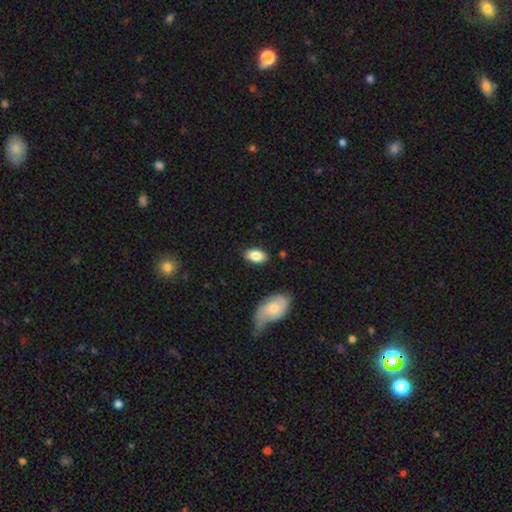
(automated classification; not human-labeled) smooth_or_featured: smooth (p=0.83) [alt: featured or disk p=0.10]
how_rounded: in between (p=0.92) [alt: round p=0.05]
merging: none (p=0.84) [alt: minor disturbance p=0.11]